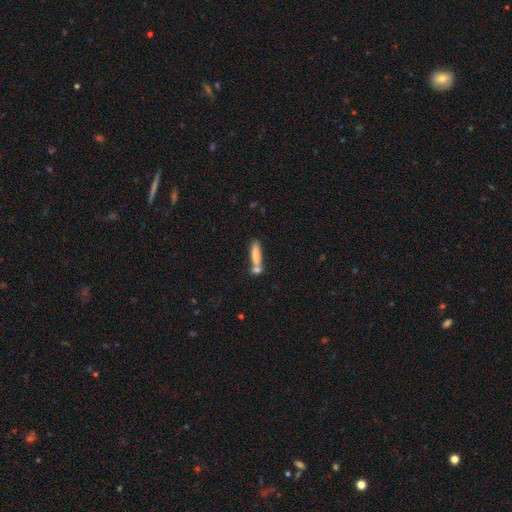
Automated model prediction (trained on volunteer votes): Q: Smooth or featured?
A: smooth (73%); runner-up: featured or disk (19%)
Q: How rounded?
A: cigar-shaped (74%); runner-up: in between (24%)
Q: Merging?
A: none (48%); runner-up: merger (35%)